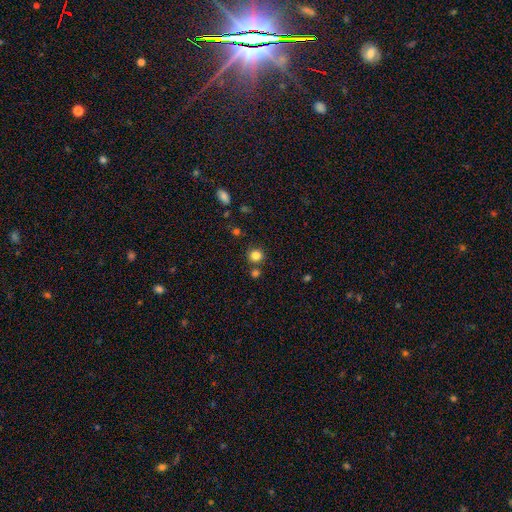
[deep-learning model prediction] smooth-or-featured: smooth: 83% | star or artifact: 12% | featured or disk: 5%
  how-rounded: round: 91% | in between: 8% | cigar-shaped: 1%
  merging: none: 79% | merger: 11% | minor disturbance: 8% | major disturbance: 3%